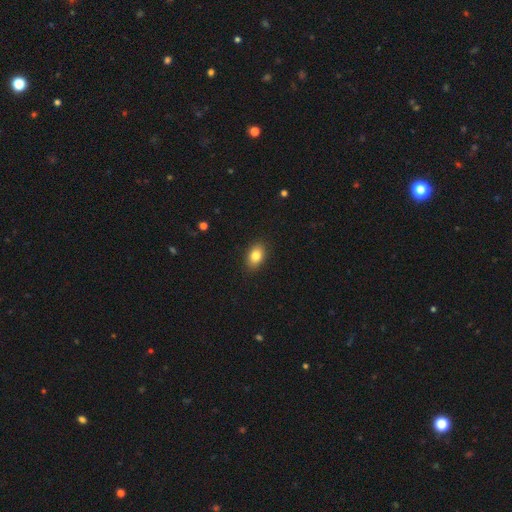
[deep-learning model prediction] Morphology: type=smooth (83%); roundness=in between (85%); merging=none (89%).